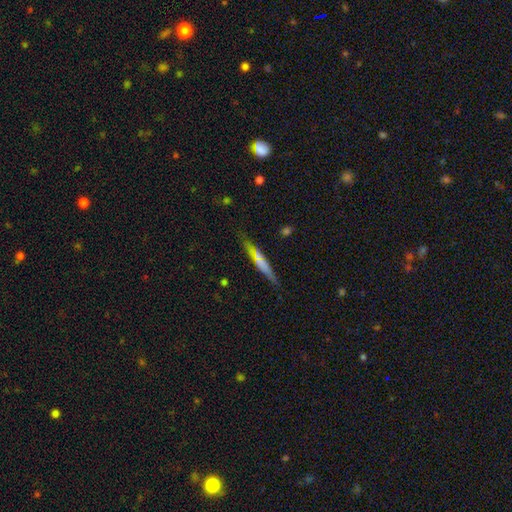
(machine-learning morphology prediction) The model was most divided on "smooth or featured" (2-way tie): smooth: 47%, featured or disk: 47%, star or artifact: 6%. More confident: merging — none (81%).